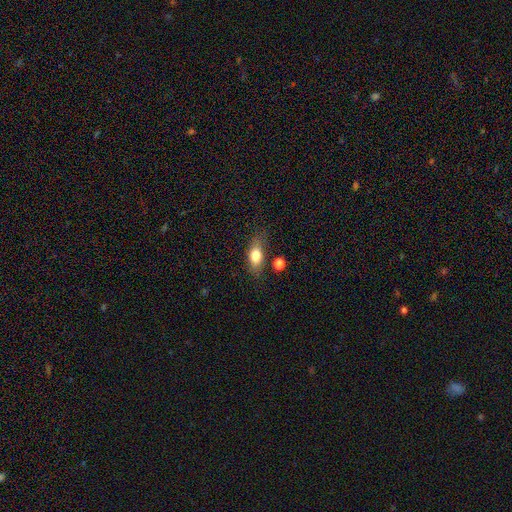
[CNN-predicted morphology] type=smooth (76%); roundness=in between (77%); merging=none (71%).